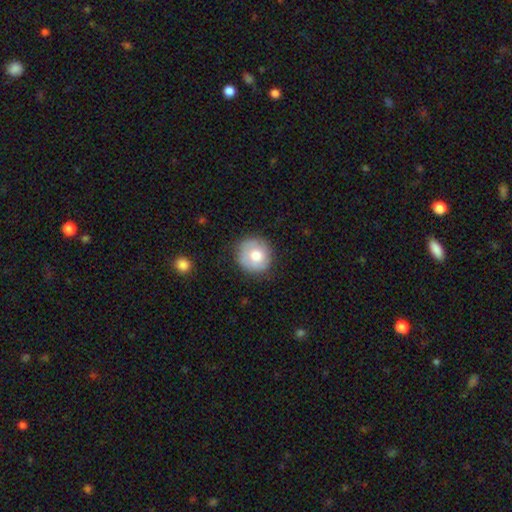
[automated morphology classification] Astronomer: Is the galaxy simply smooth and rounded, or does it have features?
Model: smooth — 71%.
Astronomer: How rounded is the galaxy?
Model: round — 91%.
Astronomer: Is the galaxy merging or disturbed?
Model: none — 80%.